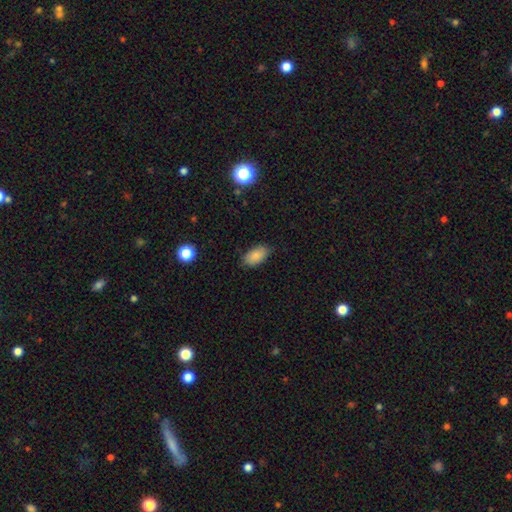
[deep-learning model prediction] Morphology: type=smooth (86%); roundness=in between (93%); merging=none (81%).